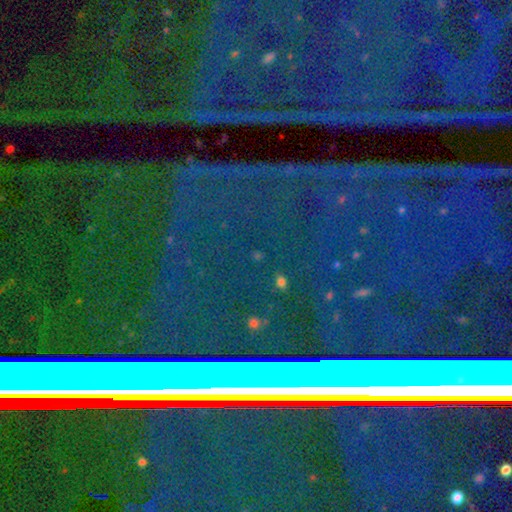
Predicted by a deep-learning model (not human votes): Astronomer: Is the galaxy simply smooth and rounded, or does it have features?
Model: star or artifact — 82%.